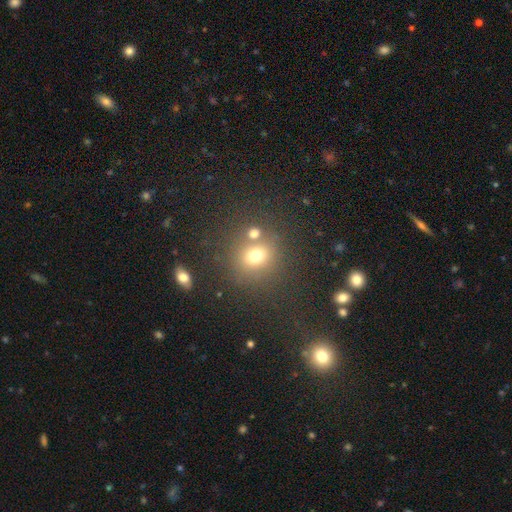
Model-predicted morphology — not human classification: smooth_or_featured: smooth (p=0.70) [alt: star or artifact p=0.19]
how_rounded: round (p=0.79) [alt: in between p=0.20]
merging: none (p=0.64) [alt: merger p=0.22]